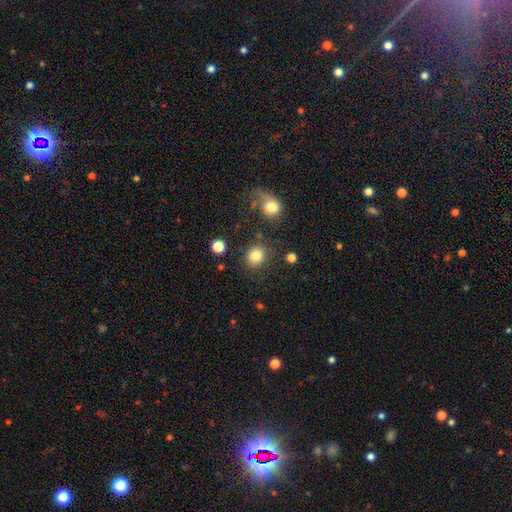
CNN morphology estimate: Smooth or featured: smooth — 83% (star or artifact — 11%)
How rounded: round — 77% (in between — 22%)
Merging: none — 82% (minor disturbance — 10%)